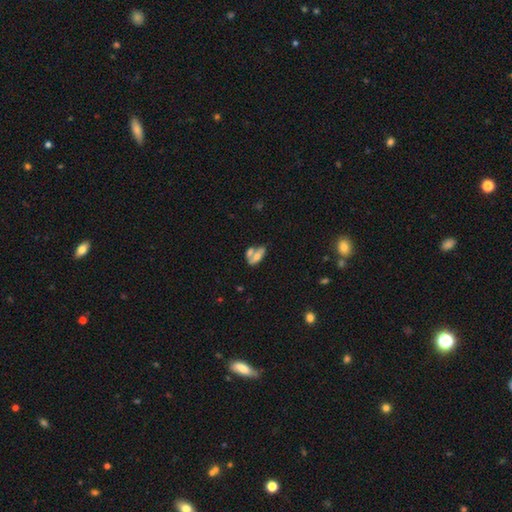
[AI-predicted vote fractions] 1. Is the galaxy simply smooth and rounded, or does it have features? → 55% smooth, 35% featured or disk, 10% star or artifact.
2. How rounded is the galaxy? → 82% in between, 11% cigar-shaped, 7% round.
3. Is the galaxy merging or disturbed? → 53% merger, 27% none, 12% minor disturbance, 8% major disturbance.